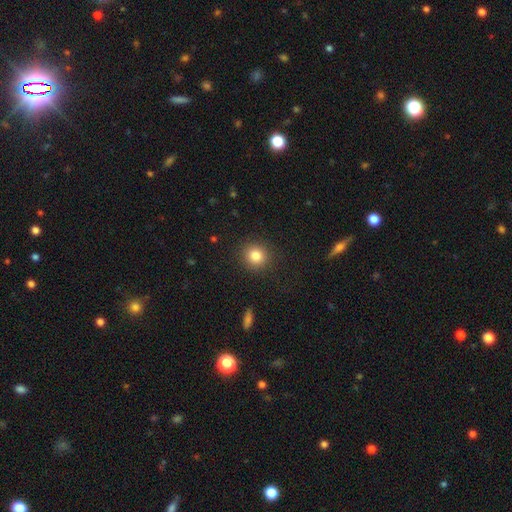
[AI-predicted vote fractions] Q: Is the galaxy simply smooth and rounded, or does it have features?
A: smooth — 83%.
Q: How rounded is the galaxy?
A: round — 90%.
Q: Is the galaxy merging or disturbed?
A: none — 90%.